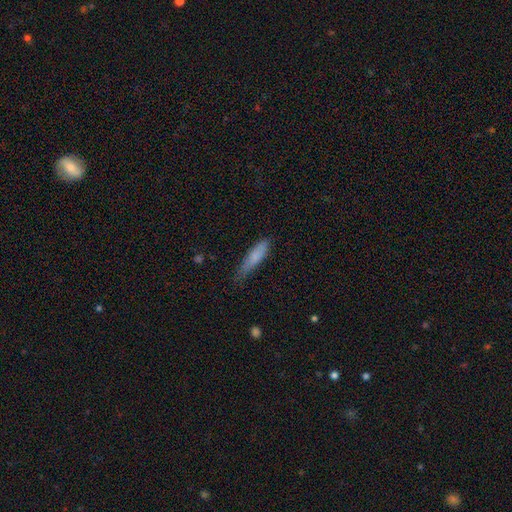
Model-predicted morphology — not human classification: Smooth or featured? Predicted: smooth (p=0.79). How rounded? Predicted: cigar-shaped (p=0.73). Merging? Predicted: none (p=0.55).